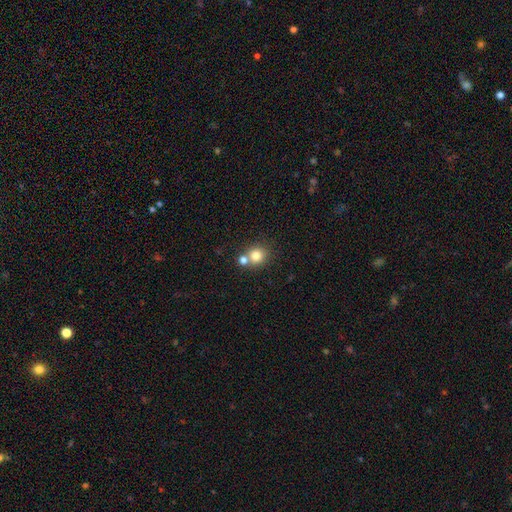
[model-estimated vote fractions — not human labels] smooth_or_featured: smooth (p=0.80) [alt: star or artifact p=0.12]
how_rounded: round (p=0.85) [alt: in between p=0.14]
merging: none (p=0.56) [alt: merger p=0.33]